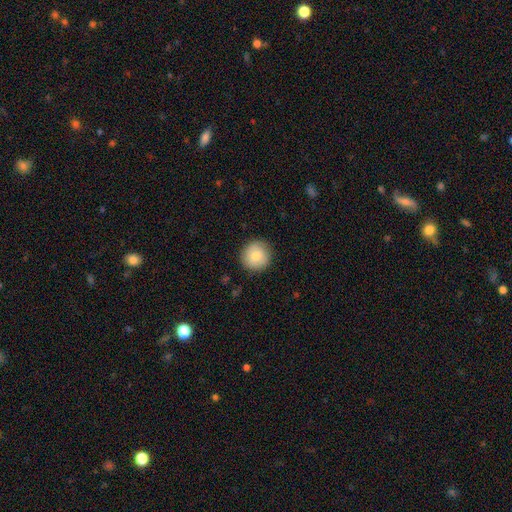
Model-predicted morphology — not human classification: Q: Smooth or featured?
A: smooth (79%); runner-up: featured or disk (13%)
Q: How rounded?
A: round (95%); runner-up: in between (4%)
Q: Merging?
A: none (88%); runner-up: minor disturbance (8%)